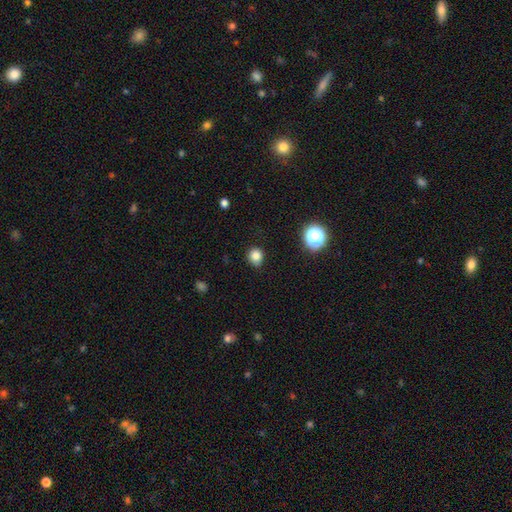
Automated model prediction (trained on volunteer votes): This is clearly a smooth galaxy (82%). How rounded: likely round (79%). Merging: clearly none (83%).